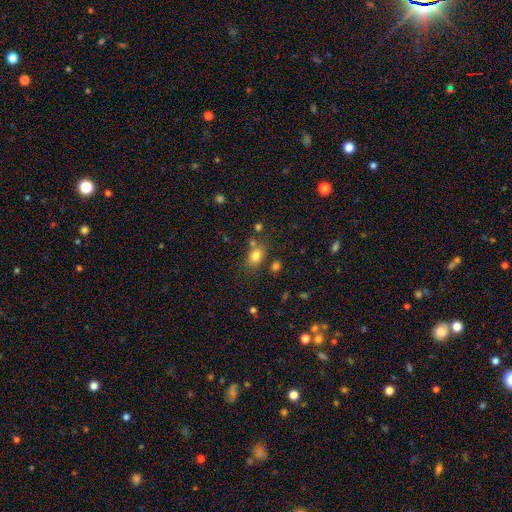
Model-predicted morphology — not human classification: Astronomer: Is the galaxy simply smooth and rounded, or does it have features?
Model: smooth — 79%.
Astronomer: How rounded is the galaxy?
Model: in between — 65%.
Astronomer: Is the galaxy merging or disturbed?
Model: none — 67%.